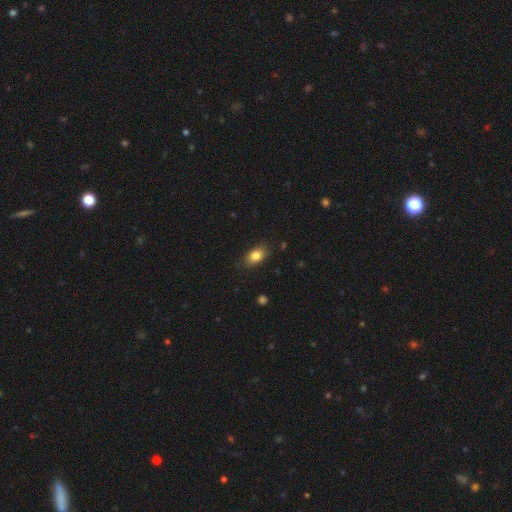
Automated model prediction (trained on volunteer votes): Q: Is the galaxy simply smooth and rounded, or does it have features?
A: smooth — 84%.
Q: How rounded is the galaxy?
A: in between — 83%.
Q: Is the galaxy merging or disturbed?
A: none — 83%.